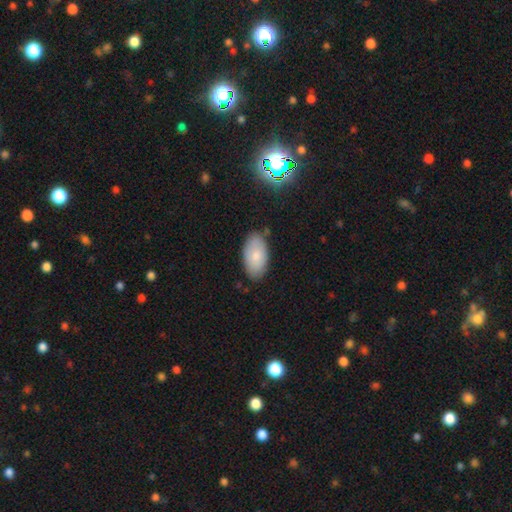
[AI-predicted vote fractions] This is likely a smooth galaxy (76%). How rounded: clearly in between (95%). Merging: clearly none (80%).